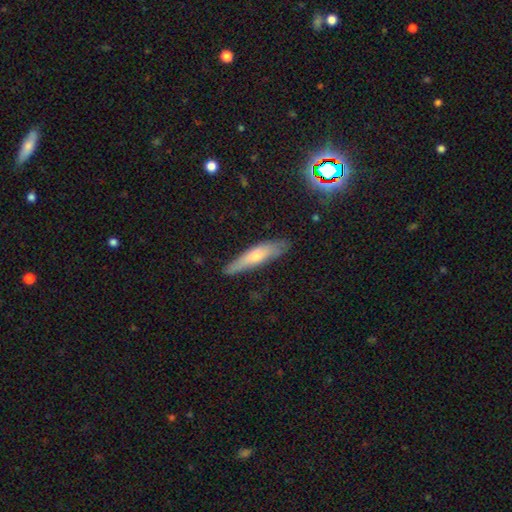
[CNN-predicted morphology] Smooth or featured: smooth — 56% (featured or disk — 36%)
How rounded: cigar-shaped — 83% (in between — 15%)
Merging: none — 78% (minor disturbance — 17%)